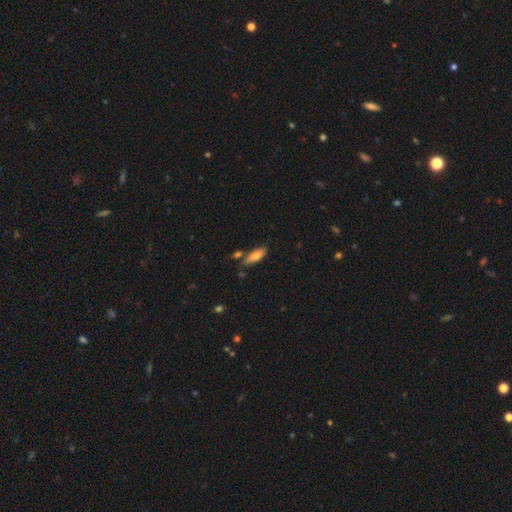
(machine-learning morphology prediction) Smooth or featured? smooth (71%)
How rounded? in between (59%)
Merging? none (67%)